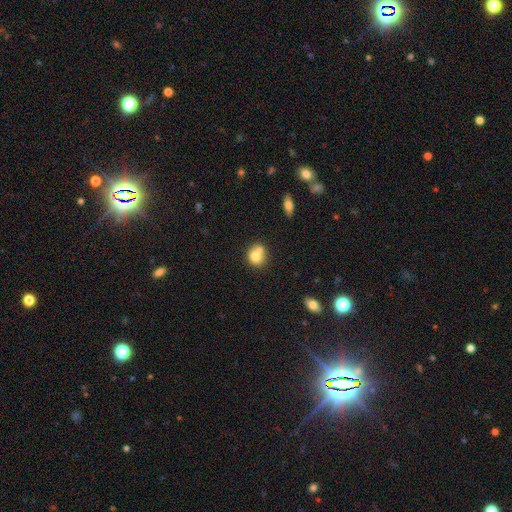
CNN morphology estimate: A smooth galaxy with no disk features (73%) that is round (77%). Merging: merger (50%).